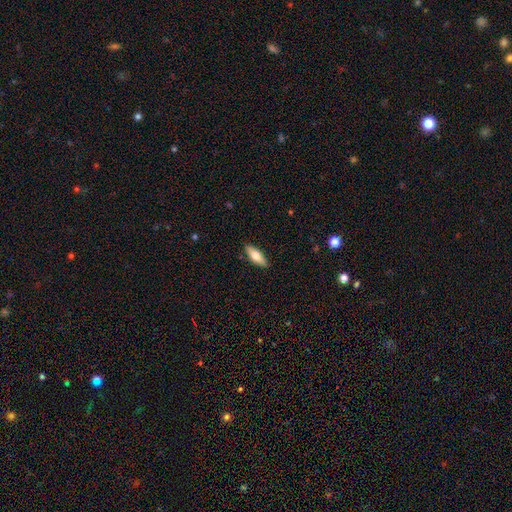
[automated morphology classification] smooth_or_featured: smooth (p=0.64) [alt: featured or disk p=0.30]
how_rounded: in between (p=0.61) [alt: cigar-shaped p=0.37]
merging: none (p=0.89) [alt: minor disturbance p=0.08]